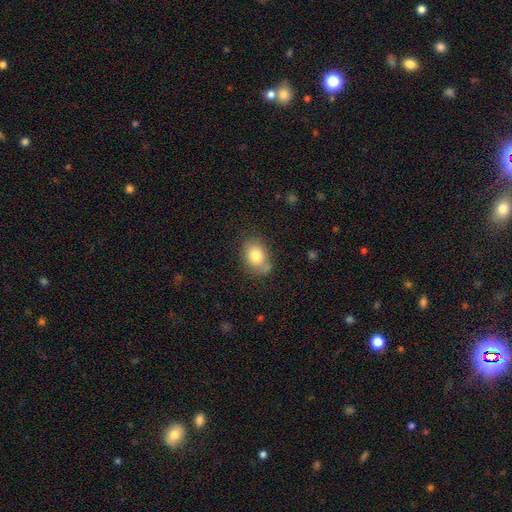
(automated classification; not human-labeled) smooth_or_featured: smooth (p=0.81) [alt: featured or disk p=0.11]
how_rounded: in between (p=0.67) [alt: round p=0.32]
merging: none (p=0.65) [alt: minor disturbance p=0.23]